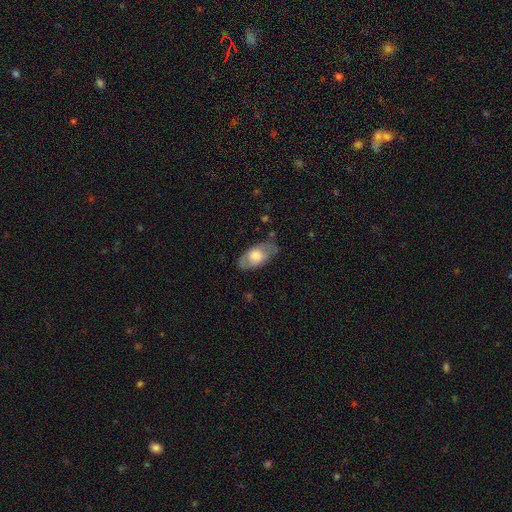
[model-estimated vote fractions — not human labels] Smooth or featured?
  - smooth: 58% *
  - featured or disk: 36%
  - star or artifact: 6%
How rounded?
  - in between: 92% *
  - round: 5%
  - cigar-shaped: 4%
Merging?
  - none: 72% *
  - minor disturbance: 20%
  - major disturbance: 6%
  - merger: 2%